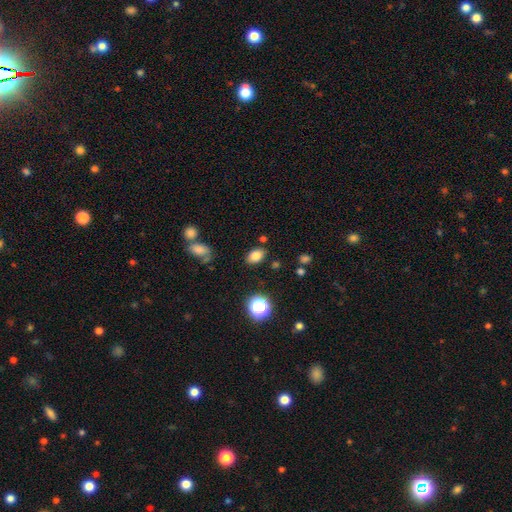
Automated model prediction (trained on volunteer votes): Smooth or featured: smooth — 81% (star or artifact — 12%)
How rounded: in between — 83% (round — 15%)
Merging: none — 83% (minor disturbance — 11%)